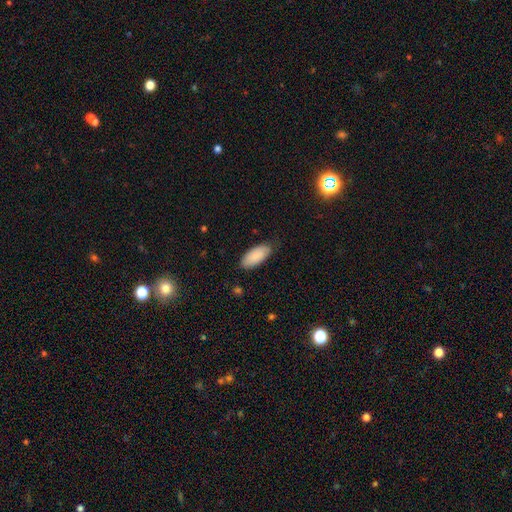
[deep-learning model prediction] Smooth or featured?
  - smooth: 88% *
  - featured or disk: 7%
  - star or artifact: 6%
How rounded?
  - in between: 90% *
  - cigar-shaped: 9%
  - round: 2%
Merging?
  - none: 79% *
  - minor disturbance: 17%
  - major disturbance: 3%
  - merger: 1%